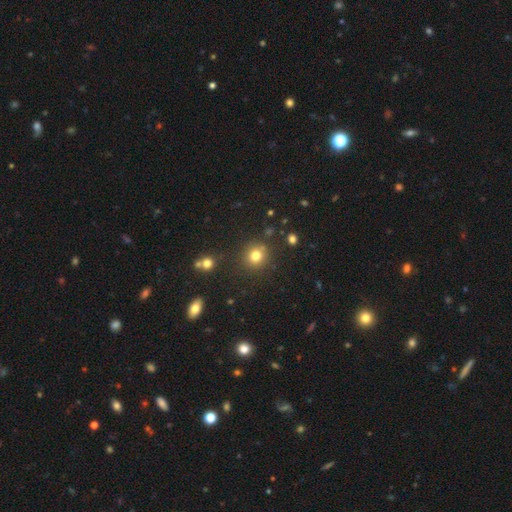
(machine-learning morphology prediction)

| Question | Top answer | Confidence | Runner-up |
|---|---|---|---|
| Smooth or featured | smooth | 78% | star or artifact (16%) |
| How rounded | round | 88% | in between (11%) |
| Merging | none | 83% | minor disturbance (9%) |